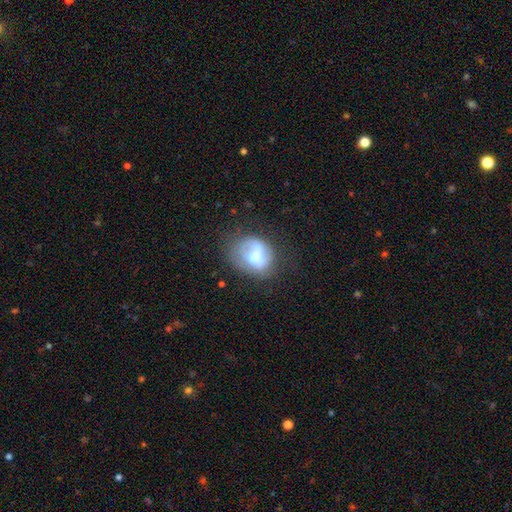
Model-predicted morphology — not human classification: Q: Smooth or featured?
A: smooth (50%); runner-up: featured or disk (41%)
Q: Merging?
A: none (42%); runner-up: minor disturbance (26%)